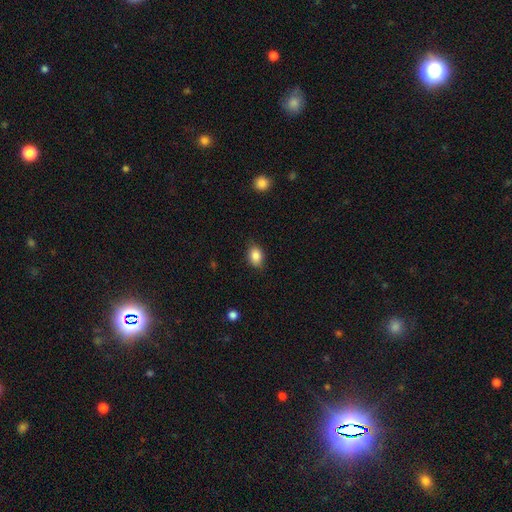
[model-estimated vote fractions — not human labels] Morphology: type=smooth (86%); roundness=in between (77%); merging=none (83%).